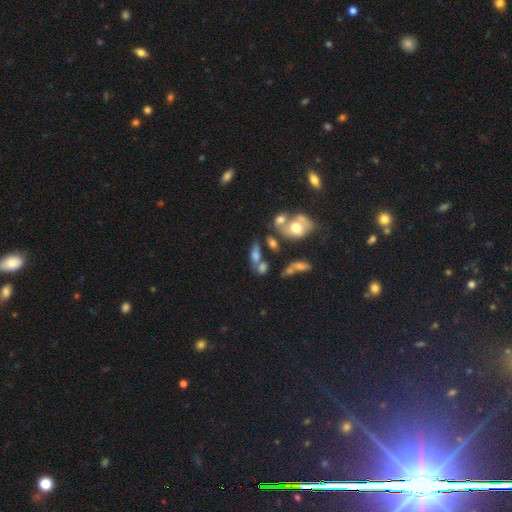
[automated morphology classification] smooth_or_featured: smooth (p=0.59) [alt: featured or disk p=0.27]
how_rounded: in between (p=0.70) [alt: cigar-shaped p=0.18]
merging: none (p=0.37) [alt: merger p=0.36]